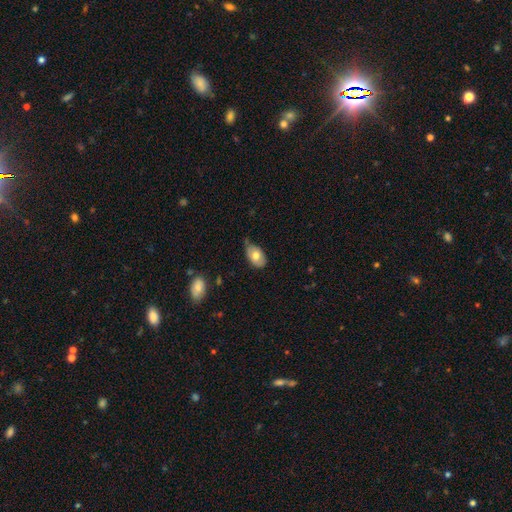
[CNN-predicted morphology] smooth-or-featured: smooth: 70% | featured or disk: 22% | star or artifact: 7%
  how-rounded: in between: 91% | round: 8% | cigar-shaped: 1%
  merging: none: 49% | minor disturbance: 40% | major disturbance: 8% | merger: 3%